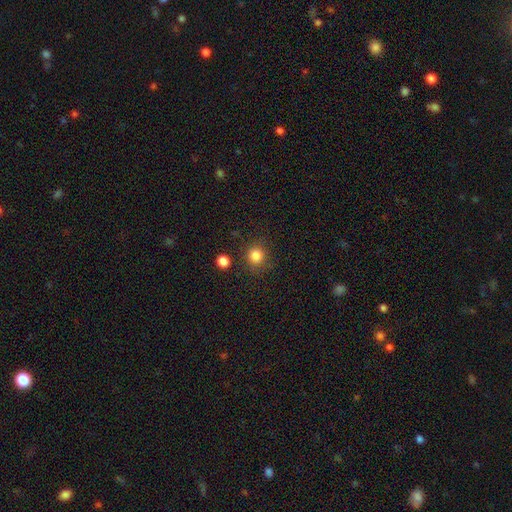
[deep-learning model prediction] Q: Smooth or featured?
A: smooth (83%); runner-up: star or artifact (12%)
Q: How rounded?
A: round (90%); runner-up: in between (9%)
Q: Merging?
A: none (83%); runner-up: minor disturbance (9%)